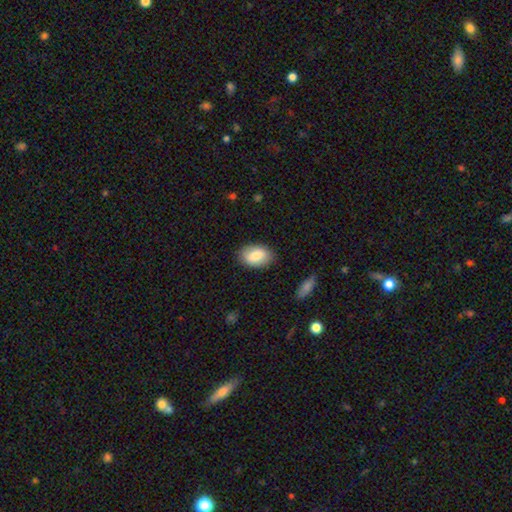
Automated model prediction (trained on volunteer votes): This appears to be a smooth galaxy with no disk features (79%) that is in between round and cigar-shaped (89%). Merging: none (85%).